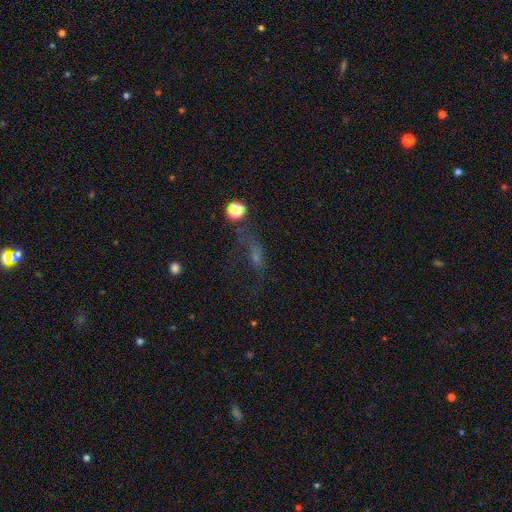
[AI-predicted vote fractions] A star or artifact, not a galaxy (35%).